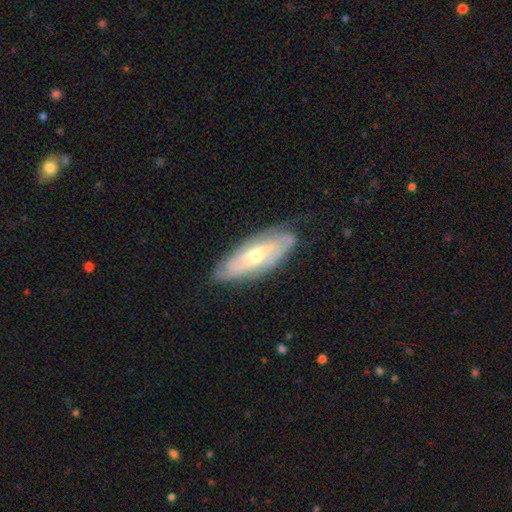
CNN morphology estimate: Smooth or featured? featured or disk (72%)
Edge-on disk? no (82%)
Bar? no (63%)
Spiral arms? yes (86%)
Spiral winding? tight (61%)
Spiral arm count? can't tell (49%)
Bulge size? moderate (52%)
Merging? none (75%)